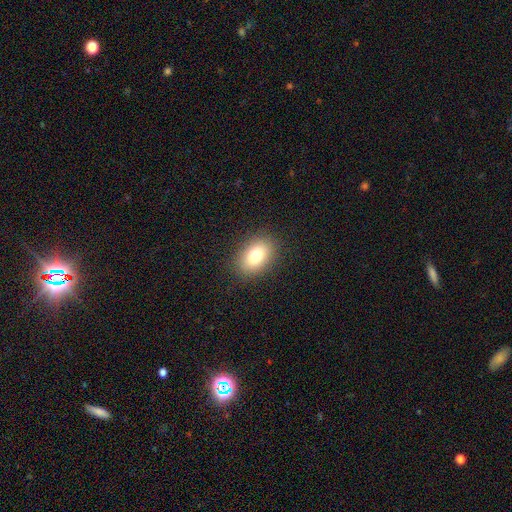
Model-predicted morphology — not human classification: A smooth galaxy with no disk features (79%) that is in between round and cigar-shaped (82%).

Vote fractions:
- Smooth or featured? smooth: 79% / featured or disk: 11% / star or artifact: 10%
- How rounded? in between: 82% / round: 17% / cigar-shaped: 1%
- Merging? none: 88% / minor disturbance: 9% / major disturbance: 3% / merger: 1%